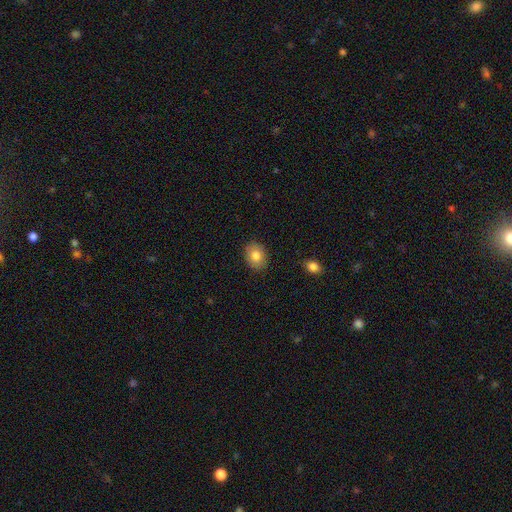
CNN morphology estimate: smooth 82%, featured or disk 10%, star or artifact 8%. Down the decision tree: how rounded — in between (58%); merging — none (88%).